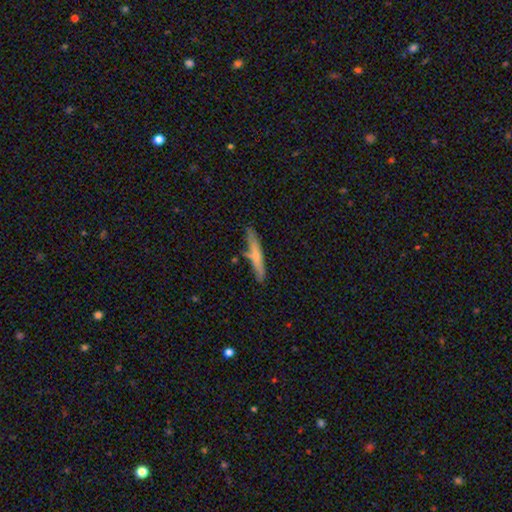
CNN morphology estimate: Q: Smooth or featured?
A: smooth (61%); runner-up: featured or disk (33%)
Q: How rounded?
A: cigar-shaped (92%); runner-up: in between (7%)
Q: Merging?
A: none (74%); runner-up: minor disturbance (16%)